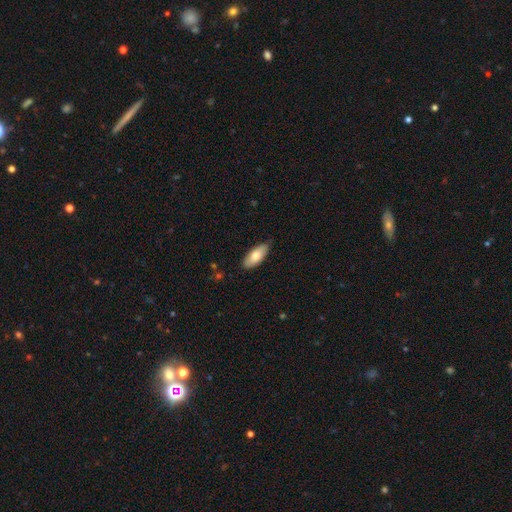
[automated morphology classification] Overall: smooth (78%). How rounded: in between (85%). Merging: none (83%).